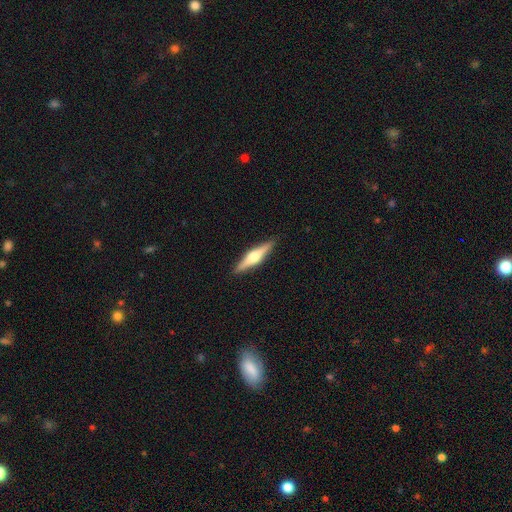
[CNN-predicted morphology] Q: Smooth or featured?
A: featured or disk (68%); runner-up: smooth (27%)
Q: Edge-on disk?
A: yes (97%); runner-up: no (3%)
Q: Edge-on bulge?
A: rounded (91%); runner-up: boxy (6%)
Q: Merging?
A: none (91%); runner-up: minor disturbance (6%)